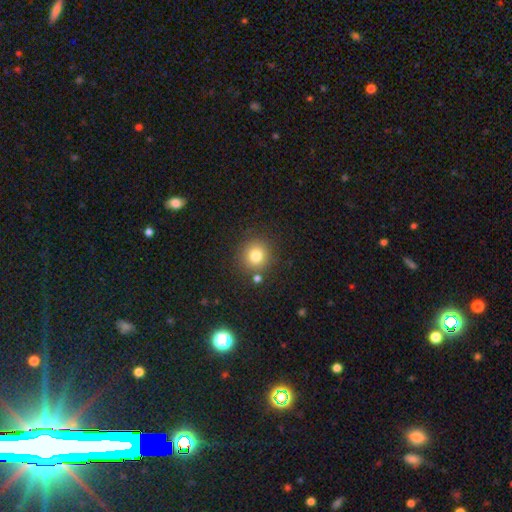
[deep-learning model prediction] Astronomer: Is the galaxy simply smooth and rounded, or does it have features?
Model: smooth — 80%.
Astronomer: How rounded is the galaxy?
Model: round — 92%.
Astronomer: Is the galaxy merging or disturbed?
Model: none — 84%.